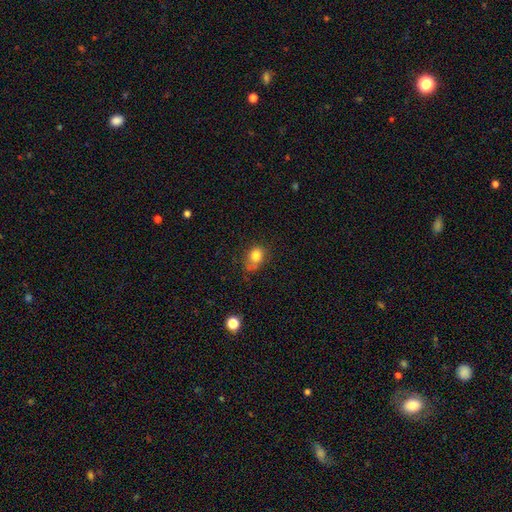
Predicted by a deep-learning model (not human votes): A smooth galaxy with no disk features (80%) that is in between round and cigar-shaped (60%).

Vote fractions:
- Smooth or featured? smooth: 80% / star or artifact: 11% / featured or disk: 9%
- How rounded? in between: 60% / round: 38% / cigar-shaped: 1%
- Merging? none: 52% / minor disturbance: 32% / major disturbance: 12% / merger: 4%